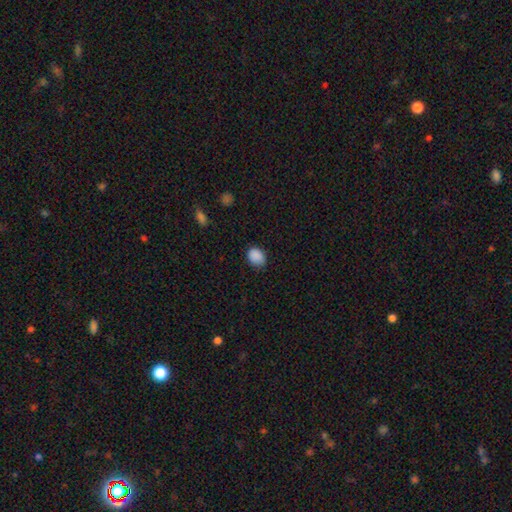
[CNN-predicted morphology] smooth_or_featured: smooth (p=0.88) [alt: star or artifact p=0.09]
how_rounded: in between (p=0.54) [alt: round p=0.45]
merging: none (p=0.74) [alt: minor disturbance p=0.21]